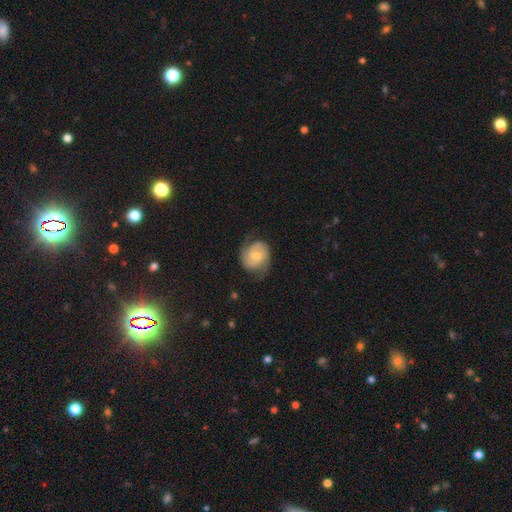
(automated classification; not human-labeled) featured or disk 69%, smooth 25%, star or artifact 6%. Down the decision tree: edge-on disk — no (98%); bar — no (53%); spiral arms — yes (92%); spiral arm count — 2 (82%); spiral winding — medium (42%); bulge size — moderate (53%); merging — none (67%).